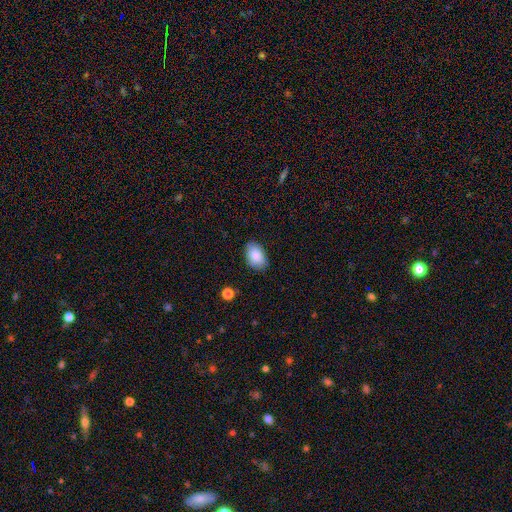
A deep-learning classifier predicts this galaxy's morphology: This appears to be a smooth galaxy with no disk features (87%) that is in between round and cigar-shaped (89%). Merging: none (83%).